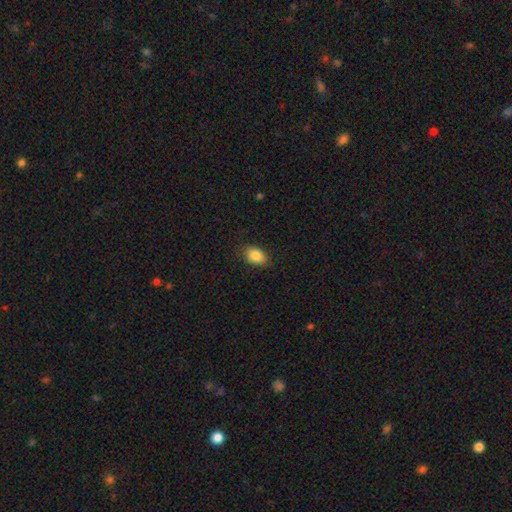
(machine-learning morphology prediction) Smooth or featured?
  - smooth: 86% *
  - star or artifact: 8%
  - featured or disk: 6%
How rounded?
  - in between: 83% *
  - round: 15%
  - cigar-shaped: 2%
Merging?
  - none: 83% *
  - minor disturbance: 13%
  - major disturbance: 3%
  - merger: 1%